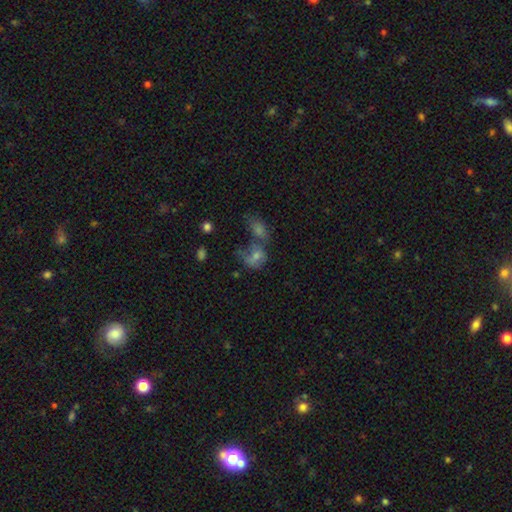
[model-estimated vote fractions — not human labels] Morphology: type=smooth (47%); merging=merger (45%).